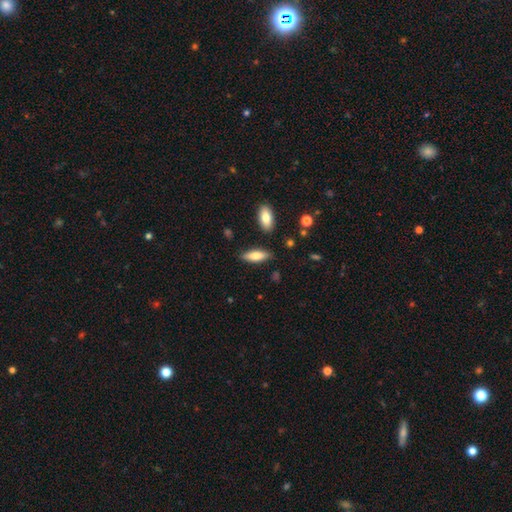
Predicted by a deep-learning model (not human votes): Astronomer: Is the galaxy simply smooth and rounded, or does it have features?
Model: smooth — 77%.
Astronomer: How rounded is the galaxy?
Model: in between — 65%.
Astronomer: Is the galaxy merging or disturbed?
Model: none — 83%.